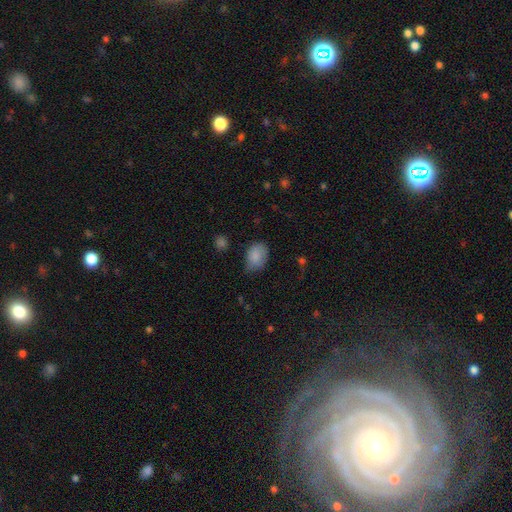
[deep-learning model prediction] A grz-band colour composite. It shows a smooth galaxy with no disk features (85%) that is in between round and cigar-shaped (75%). Merging: none (59%).